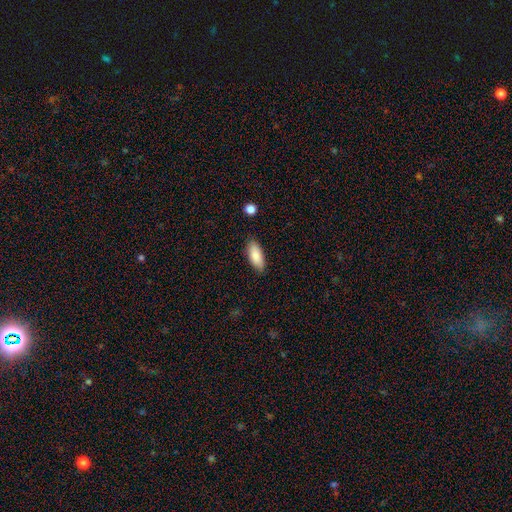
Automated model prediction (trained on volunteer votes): A smooth galaxy with no disk features (86%) that is in between round and cigar-shaped (83%). Merging: none (85%).